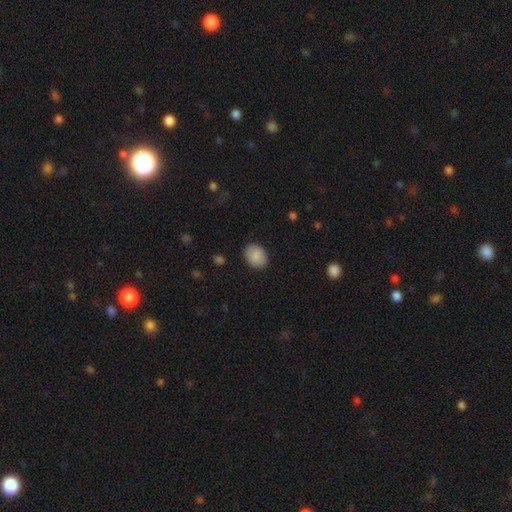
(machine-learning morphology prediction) Overall: smooth (88%). How rounded: in between (57%; round 42%). Merging: none (88%).